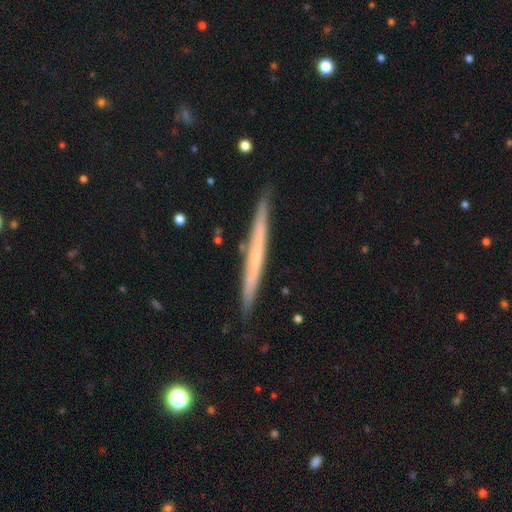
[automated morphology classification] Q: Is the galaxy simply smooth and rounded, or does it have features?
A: featured or disk — 55%.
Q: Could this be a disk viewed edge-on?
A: yes — 97%.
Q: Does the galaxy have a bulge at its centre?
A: none — 85%.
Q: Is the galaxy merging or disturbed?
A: none — 88%.